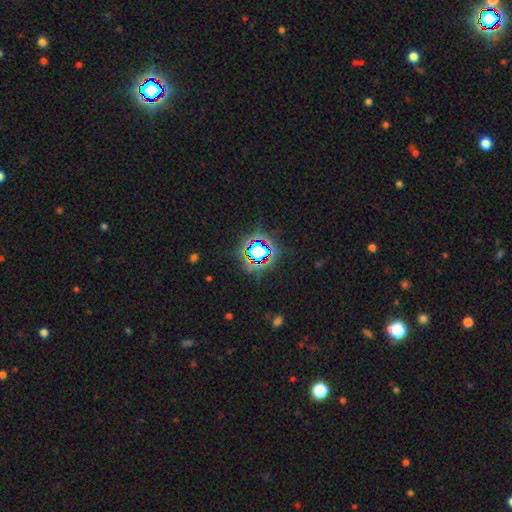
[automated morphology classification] This is likely a star or artifact rather than a galaxy (73%).